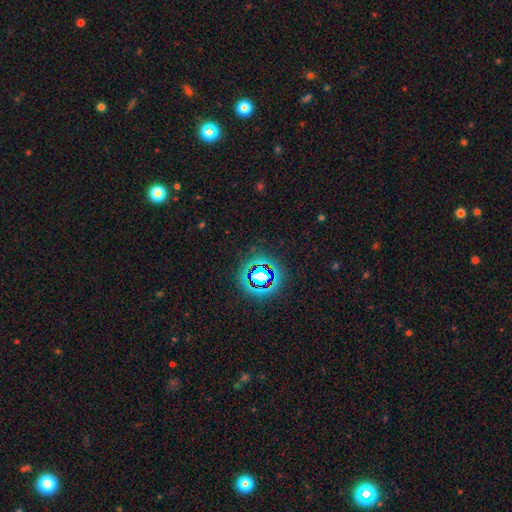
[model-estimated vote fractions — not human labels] Smooth or featured? Predicted: star or artifact (p=0.68).